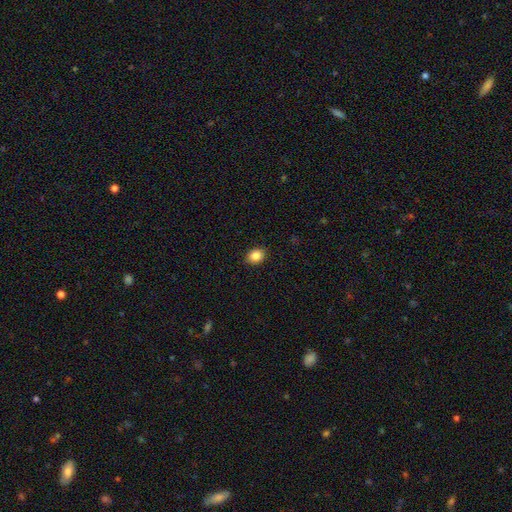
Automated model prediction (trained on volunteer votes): smooth 86%, star or artifact 10%, featured or disk 5%. Down the decision tree: how rounded — round (50%); merging — none (90%).